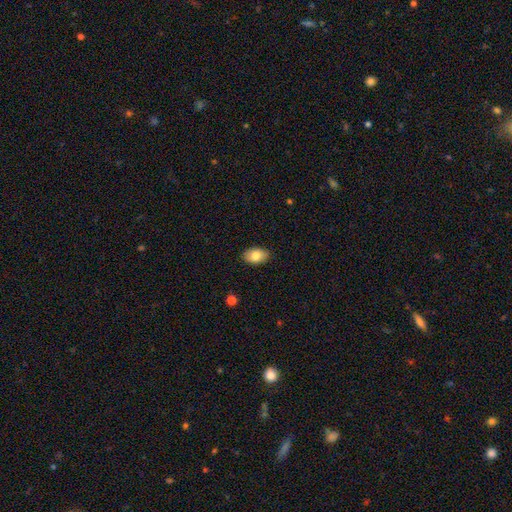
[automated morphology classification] A smooth galaxy with no disk features (82%) that is in between round and cigar-shaped (89%).

Vote fractions:
- Smooth or featured? smooth: 82% / featured or disk: 11% / star or artifact: 7%
- How rounded? in between: 89% / round: 9% / cigar-shaped: 1%
- Merging? none: 88% / minor disturbance: 9% / major disturbance: 2% / merger: 1%